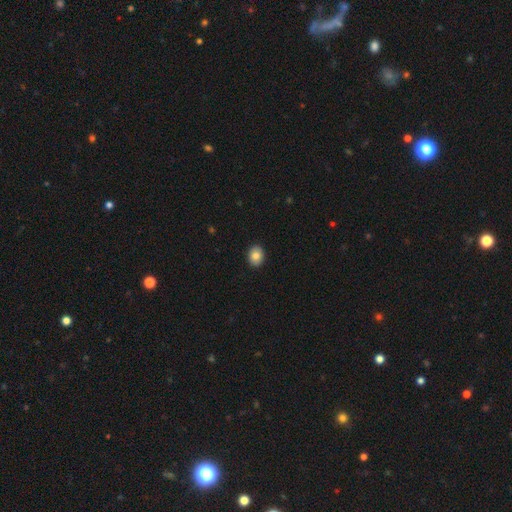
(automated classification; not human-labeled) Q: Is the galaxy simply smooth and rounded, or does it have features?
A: smooth — 84%.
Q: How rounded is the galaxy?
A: in between — 54%.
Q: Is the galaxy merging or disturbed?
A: none — 91%.